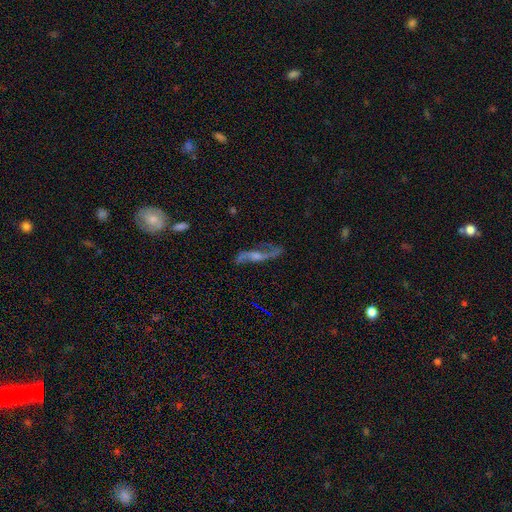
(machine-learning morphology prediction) Smooth or featured? featured or disk (82%)
Edge-on disk? no (76%)
Bar? weak (39%)
Spiral arms? yes (94%)
Spiral winding? loose (71%)
Spiral arm count? 2 (92%)
Bulge size? moderate (44%)
Merging? none (74%)